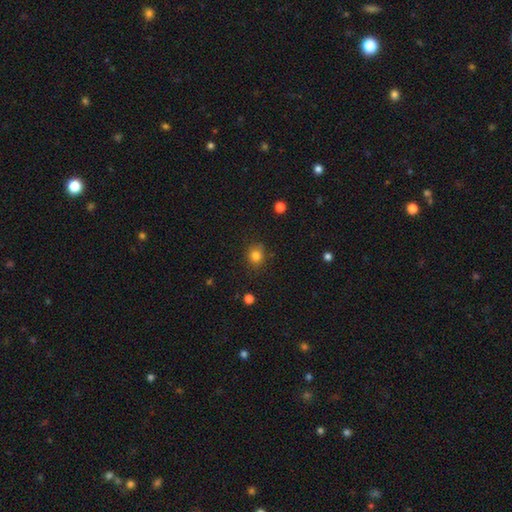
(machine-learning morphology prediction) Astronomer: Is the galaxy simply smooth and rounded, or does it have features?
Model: smooth — 82%.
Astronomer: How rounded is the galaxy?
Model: round — 72%.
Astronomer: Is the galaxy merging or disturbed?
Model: none — 82%.